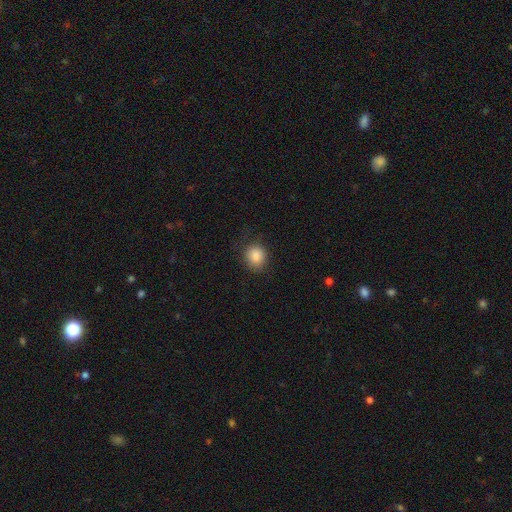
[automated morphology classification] Smooth or featured? smooth (87%)
How rounded? round (76%)
Merging? none (77%)